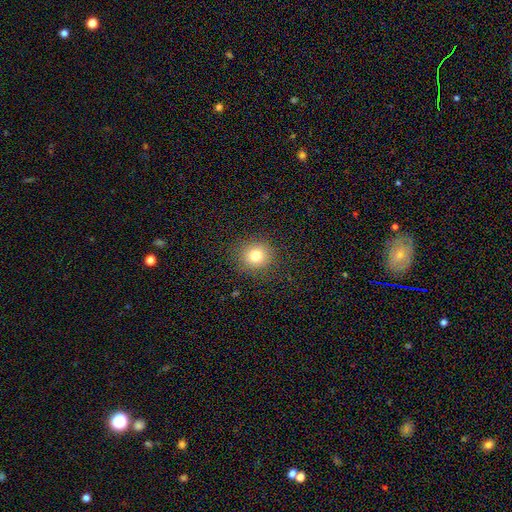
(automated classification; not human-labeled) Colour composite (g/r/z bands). It shows a smooth galaxy with no disk features (78%) that is round (88%). Merging: none (89%).